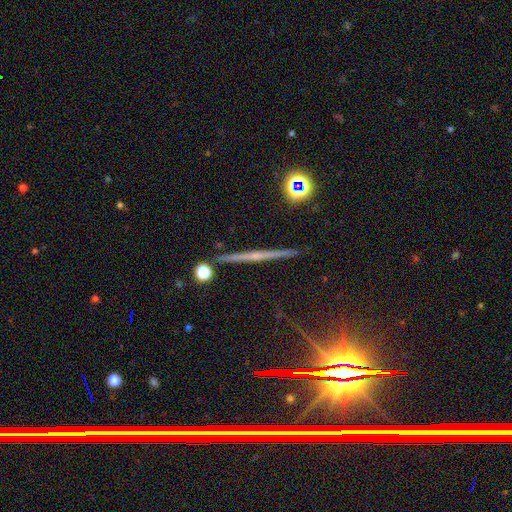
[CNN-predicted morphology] type=featured or disk (70%); edge-on=yes (98%); edge-on bulge=rounded (54%); merging=none (90%).